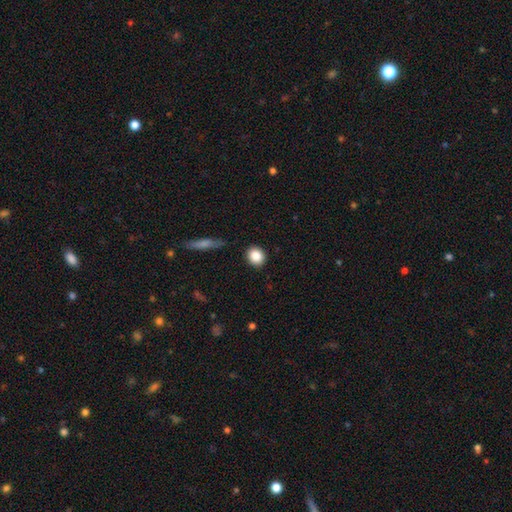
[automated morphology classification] Smooth or featured: smooth — 86% (star or artifact — 9%)
How rounded: round — 79% (in between — 20%)
Merging: none — 90% (minor disturbance — 7%)